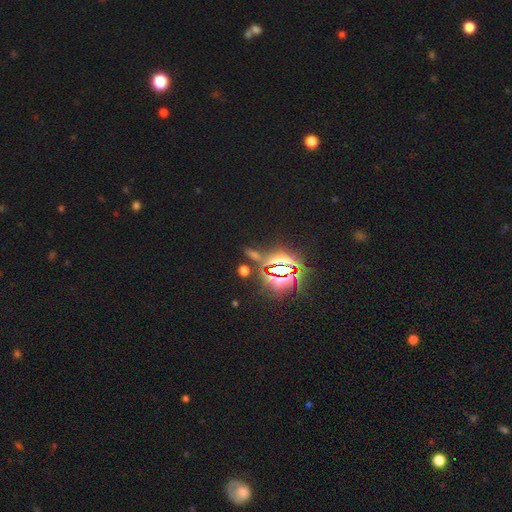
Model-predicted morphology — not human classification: smooth_or_featured: star or artifact (p=0.78) [alt: smooth p=0.14]